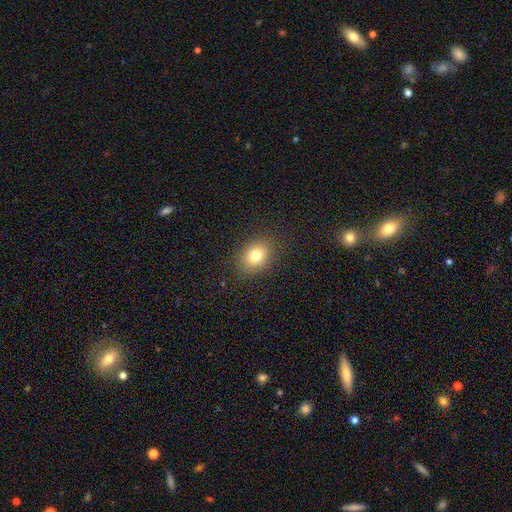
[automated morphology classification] A smooth galaxy with no disk features (77%) that is in between round and cigar-shaped (54%). Merging: none (87%).